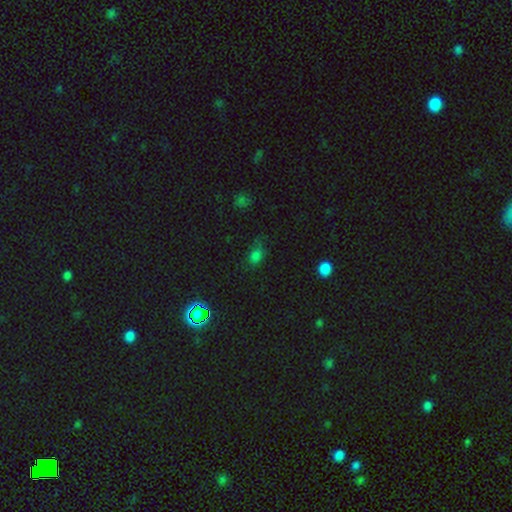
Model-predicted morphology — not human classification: Smooth or featured: smooth — 67% (star or artifact — 26%)
How rounded: in between — 67% (round — 30%)
Merging: none — 55% (minor disturbance — 28%)